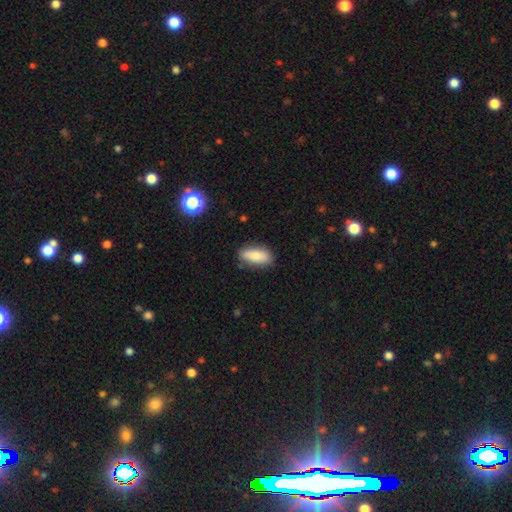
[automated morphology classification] Smooth or featured? Predicted: smooth (p=0.79). How rounded? Predicted: in between (p=0.77). Merging? Predicted: none (p=0.83).